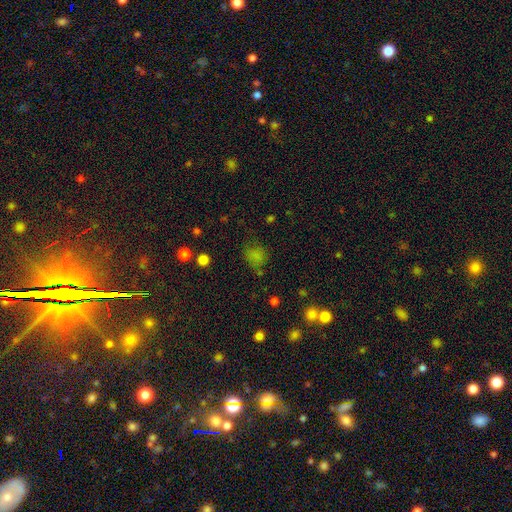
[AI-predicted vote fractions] Smooth or featured: smooth — 74% (star or artifact — 19%)
How rounded: round — 65% (in between — 34%)
Merging: none — 65% (minor disturbance — 21%)